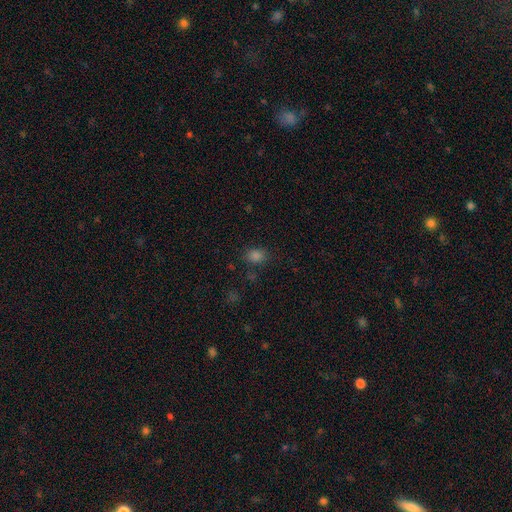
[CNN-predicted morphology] Smooth or featured?
  - smooth: 78% *
  - star or artifact: 17%
  - featured or disk: 5%
How rounded?
  - in between: 58% *
  - round: 41%
  - cigar-shaped: 1%
Merging?
  - none: 79% *
  - minor disturbance: 13%
  - major disturbance: 4%
  - merger: 4%